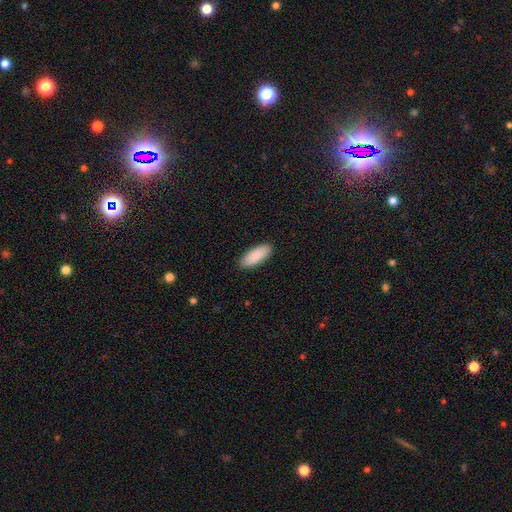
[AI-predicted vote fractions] Morphology: type=smooth (90%); roundness=in between (77%); merging=none (90%).